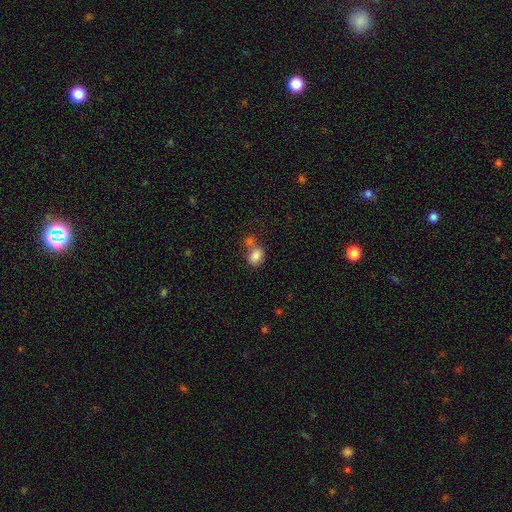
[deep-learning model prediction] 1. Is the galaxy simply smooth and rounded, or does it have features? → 83% smooth, 9% star or artifact, 8% featured or disk.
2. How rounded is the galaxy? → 64% in between, 35% round, 1% cigar-shaped.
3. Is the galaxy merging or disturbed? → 47% none, 34% merger, 14% minor disturbance, 5% major disturbance.